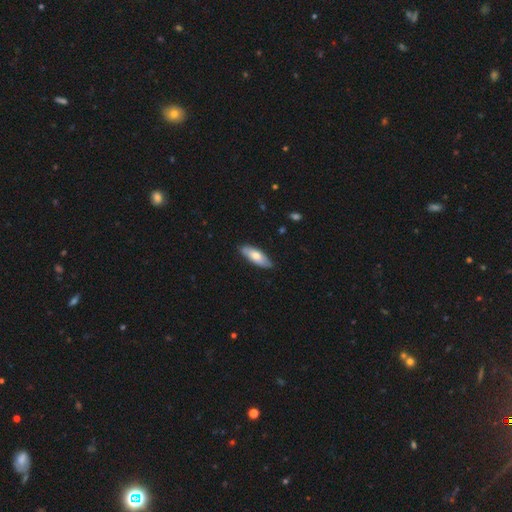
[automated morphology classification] Smooth or featured? smooth (65%)
How rounded? in between (67%)
Merging? none (83%)